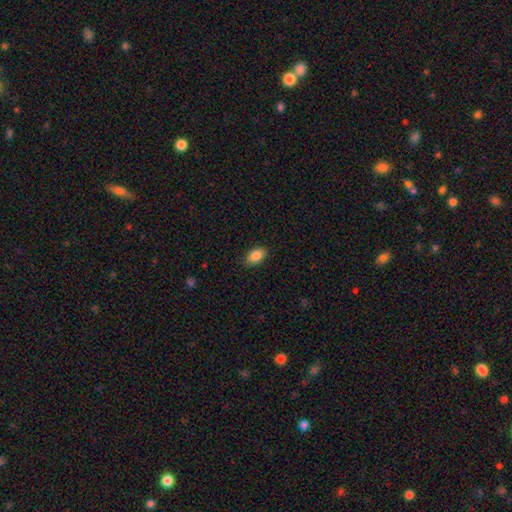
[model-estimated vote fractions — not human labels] A smooth galaxy with no disk features (87%) that is in between round and cigar-shaped (91%).

Vote fractions:
- Smooth or featured? smooth: 87% / star or artifact: 7% / featured or disk: 5%
- How rounded? in between: 91% / round: 7% / cigar-shaped: 2%
- Merging? none: 87% / minor disturbance: 10% / major disturbance: 2% / merger: 1%